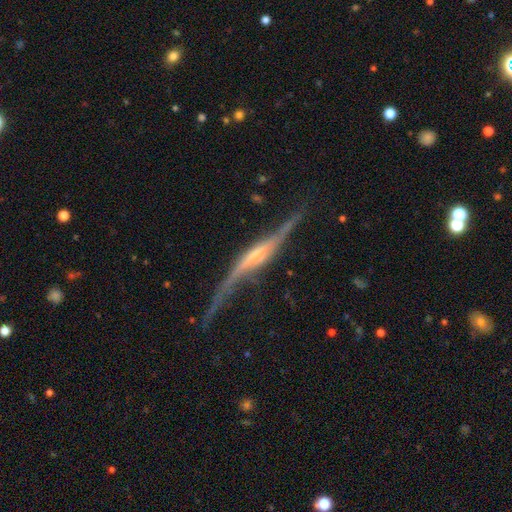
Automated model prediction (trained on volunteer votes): featured or disk 83%, smooth 11%, star or artifact 6%. Down the decision tree: edge-on disk — yes (82%); edge-on bulge — rounded (50%); merging — none (53%).